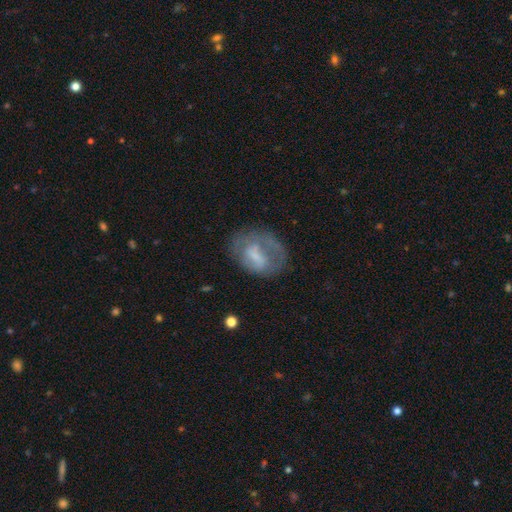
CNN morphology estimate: Smooth or featured? featured or disk (46%)
Merging? none (46%)